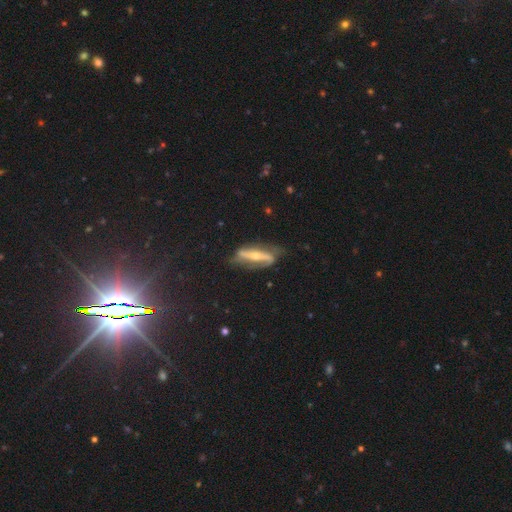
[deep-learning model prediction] The model was most divided on "bulge size": small: 50%, moderate: 45%, large: 3%, none: 2%, dominant: 1%. More confident: spiral arms — yes (84%); smooth or featured — featured or disk (78%); edge-on disk — no (68%); bar — strong (60%); merging — none (59%).